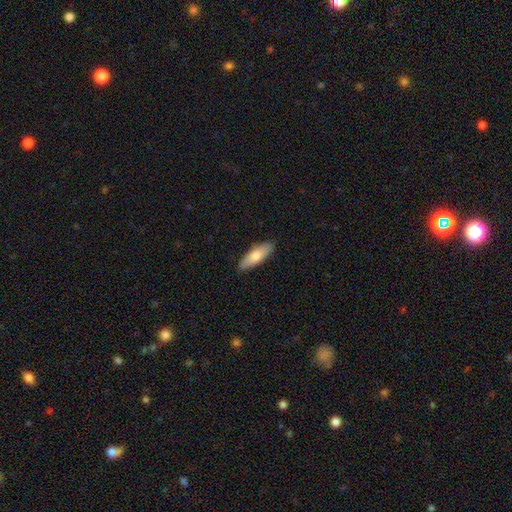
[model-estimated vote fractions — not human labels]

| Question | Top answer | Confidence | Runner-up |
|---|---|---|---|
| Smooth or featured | smooth | 72% | featured or disk (22%) |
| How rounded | in between | 51% | cigar-shaped (47%) |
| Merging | none | 89% | minor disturbance (9%) |